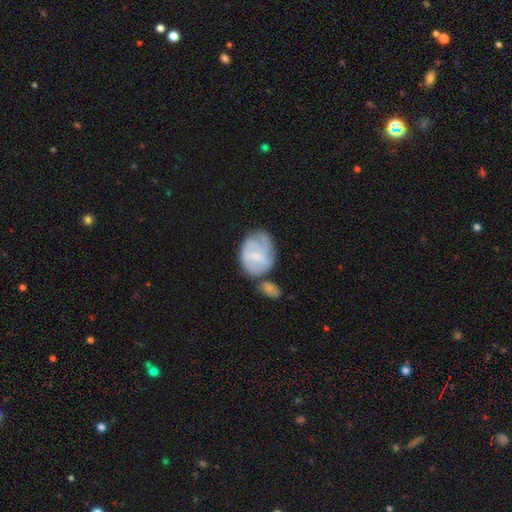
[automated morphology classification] The model was most divided on "smooth or featured": featured or disk: 50%, smooth: 43%, star or artifact: 7%. Remaining: edge-on disk — no (97%); merging — none (35%).